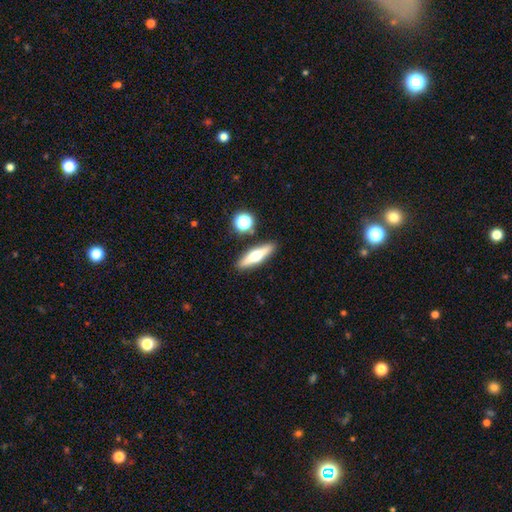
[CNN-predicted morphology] smooth-or-featured: featured or disk: 55% | smooth: 38% | star or artifact: 7%
  disk-edge-on: yes: 93% | no: 7%
    edge-on-bulge: rounded: 95% | none: 3% | boxy: 3%
  merging: none: 88% | minor disturbance: 7% | merger: 4% | major disturbance: 2%